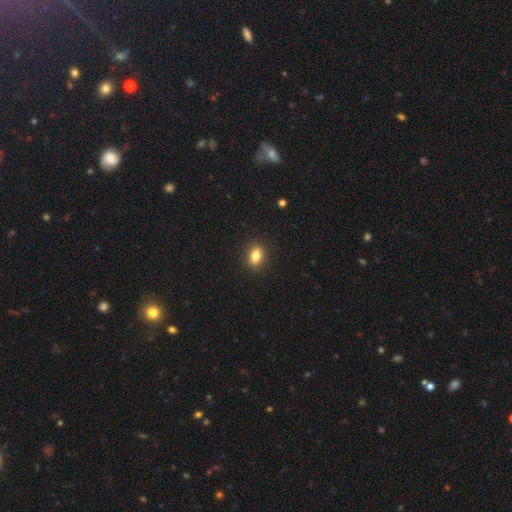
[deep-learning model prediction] Morphology: type=smooth (83%); roundness=in between (77%); merging=none (90%).